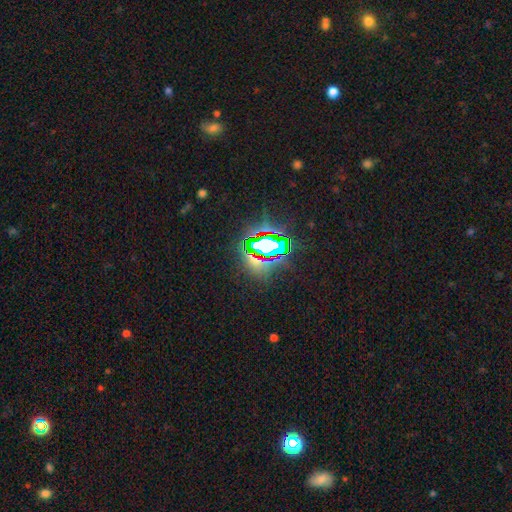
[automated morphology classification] This appears to be a star or artifact, not a galaxy (76%).